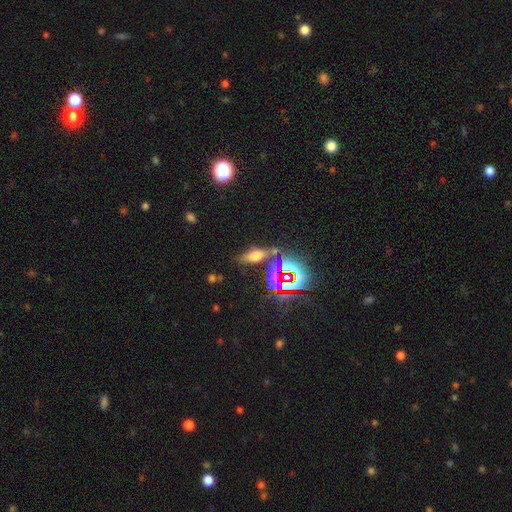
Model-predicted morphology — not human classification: Overall: smooth (47%; star or artifact 33%). Merging: none (67%).